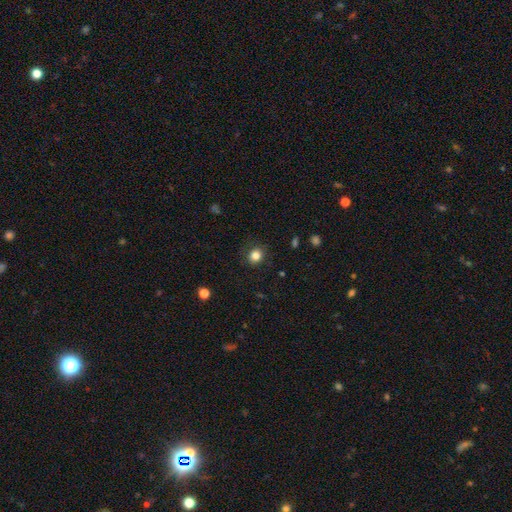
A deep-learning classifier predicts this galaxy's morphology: The model was most divided on "how rounded": round: 83%, in between: 16%, cigar-shaped: 1%. More confident: merging — none (87%); smooth or featured — smooth (83%).